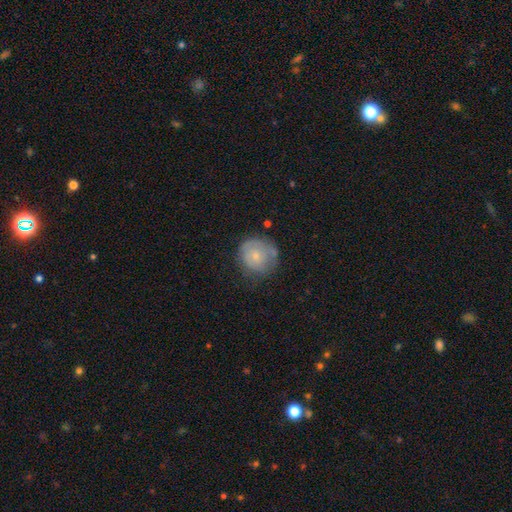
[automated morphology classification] This appears to be a smooth galaxy with no disk features (61%) that is round (90%). Merging: none (62%).